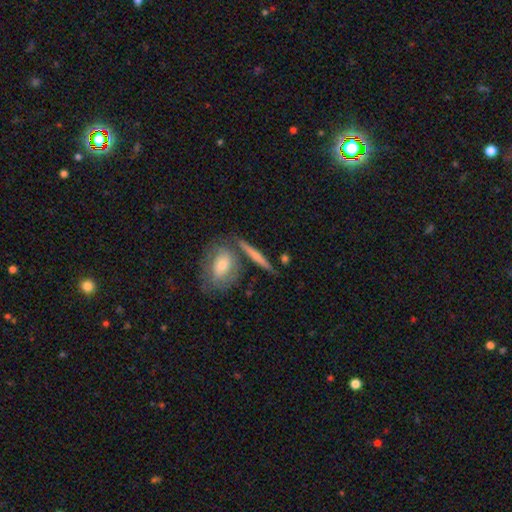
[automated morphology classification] This appears to be a smooth galaxy with no disk features (52%) that is cigar-shaped (78%). Merging: none (73%).